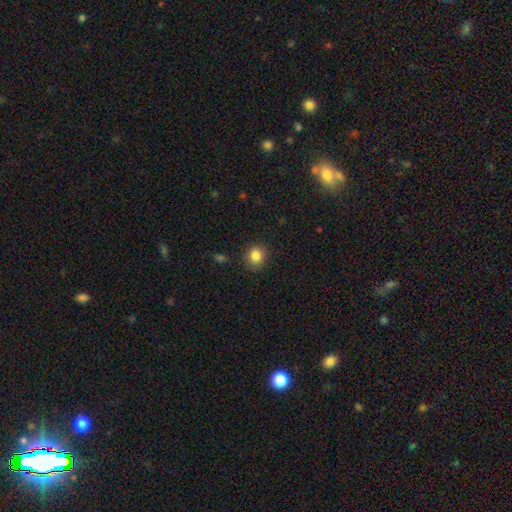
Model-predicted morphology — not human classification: Smooth or featured? smooth (85%)
How rounded? round (78%)
Merging? none (87%)